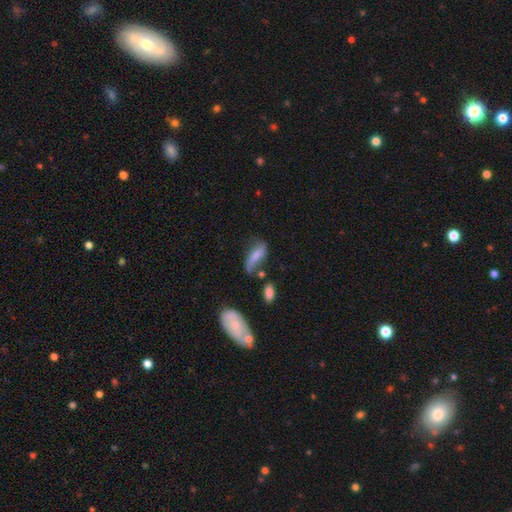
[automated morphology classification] This is possibly a smooth galaxy (56%). How rounded: likely in between (64%). Merging: marginally none (43%).